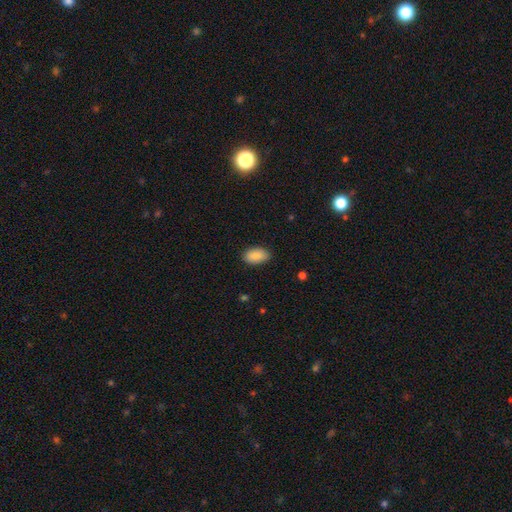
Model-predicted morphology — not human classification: This is clearly a smooth galaxy (89%). How rounded: clearly in between (94%). Merging: clearly none (86%).